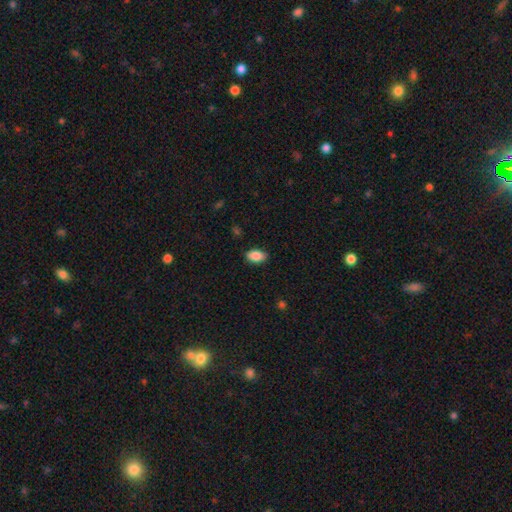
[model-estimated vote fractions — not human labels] Overall: smooth (87%). How rounded: in between (91%). Merging: none (85%).